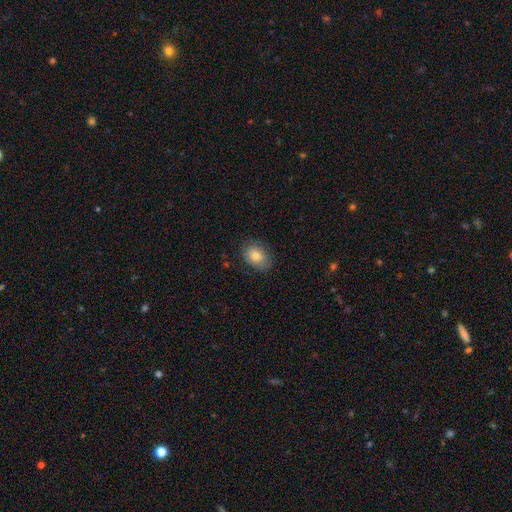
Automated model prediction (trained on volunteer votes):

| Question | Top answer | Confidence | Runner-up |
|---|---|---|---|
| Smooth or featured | smooth | 80% | featured or disk (12%) |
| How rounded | in between | 77% | round (22%) |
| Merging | none | 80% | minor disturbance (15%) |